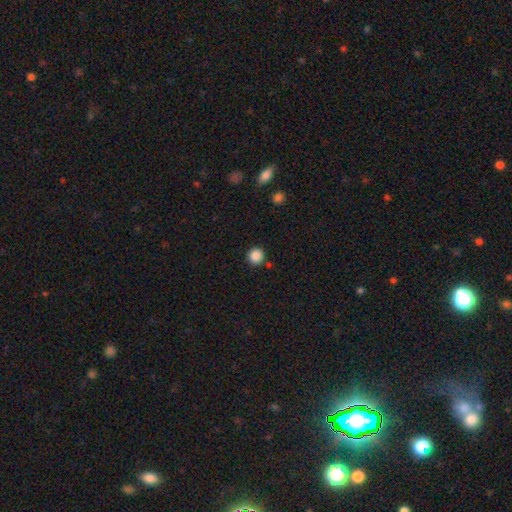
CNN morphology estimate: A smooth galaxy with no disk features (87%) that is round (94%).

Vote fractions:
- Smooth or featured? smooth: 87% / star or artifact: 10% / featured or disk: 3%
- How rounded? round: 94% / in between: 5% / cigar-shaped: 1%
- Merging? none: 87% / minor disturbance: 7% / merger: 4% / major disturbance: 2%